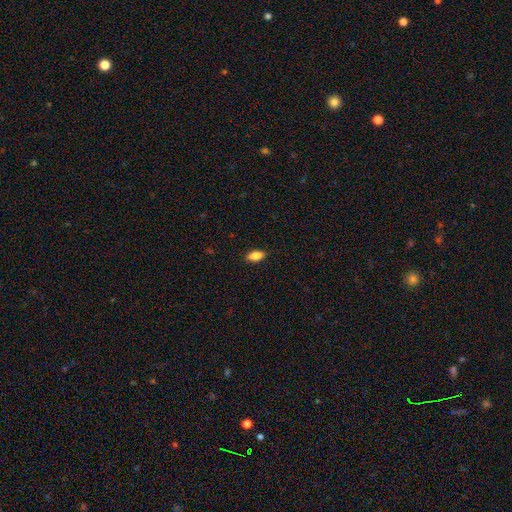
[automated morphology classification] Overall: smooth (85%). How rounded: in between (89%). Merging: none (88%).